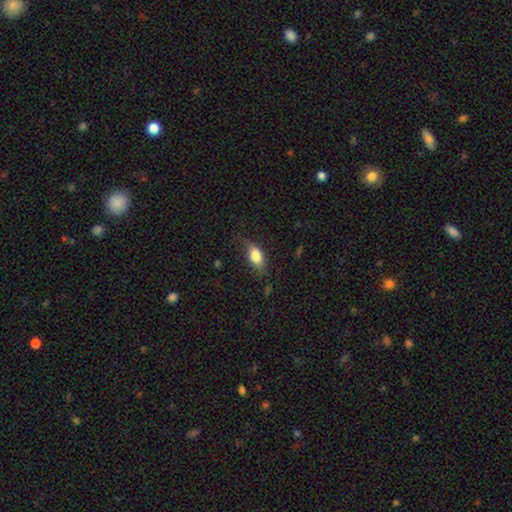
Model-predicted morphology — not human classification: Overall: smooth (79%). How rounded: in between (85%). Merging: none (62%; minor disturbance 26%).